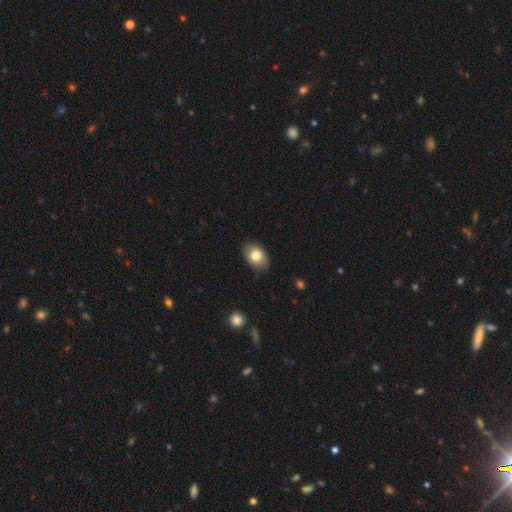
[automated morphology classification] smooth-or-featured: smooth: 79% | featured or disk: 13% | star or artifact: 8%
  how-rounded: in between: 77% | round: 22% | cigar-shaped: 1%
  merging: none: 82% | minor disturbance: 14% | major disturbance: 2% | merger: 1%